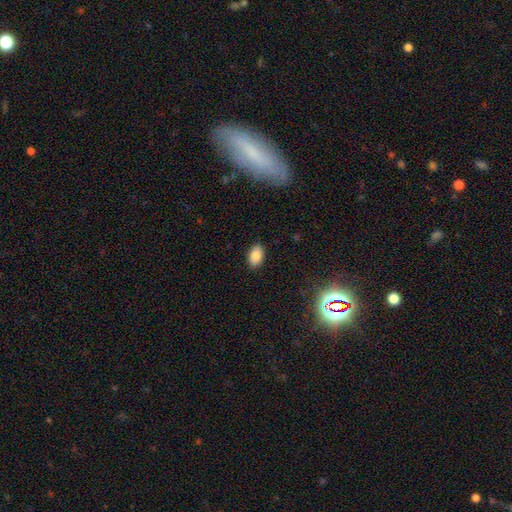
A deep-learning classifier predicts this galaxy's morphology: A smooth galaxy with no disk features (85%) that is in between round and cigar-shaped (91%).

Vote fractions:
- Smooth or featured? smooth: 85% / star or artifact: 9% / featured or disk: 6%
- How rounded? in between: 91% / round: 7% / cigar-shaped: 1%
- Merging? none: 88% / minor disturbance: 9% / major disturbance: 2% / merger: 1%